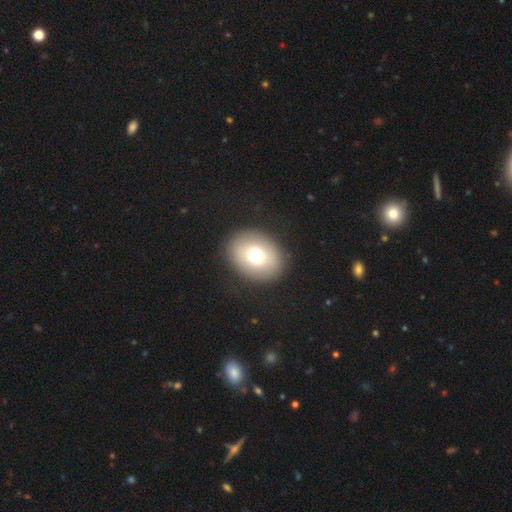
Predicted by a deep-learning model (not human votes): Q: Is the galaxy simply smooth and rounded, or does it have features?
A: smooth — 72%.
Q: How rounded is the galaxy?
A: in between — 50%.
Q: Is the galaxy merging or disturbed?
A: none — 88%.